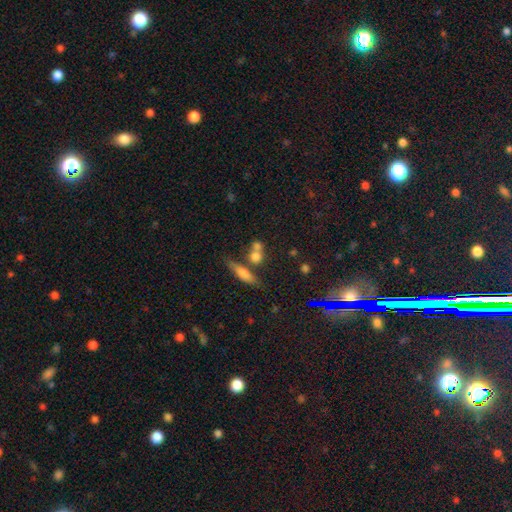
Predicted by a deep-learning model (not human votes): smooth-or-featured: smooth: 71% | featured or disk: 17% | star or artifact: 12%
  how-rounded: round: 57% | in between: 27% | cigar-shaped: 16%
  merging: none: 48% | merger: 37% | minor disturbance: 10% | major disturbance: 5%